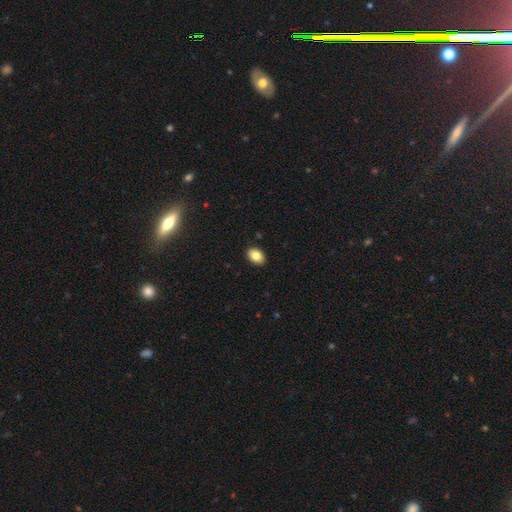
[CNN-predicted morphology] A smooth galaxy with no disk features (84%) that is in between round and cigar-shaped (85%). Merging: none (90%).